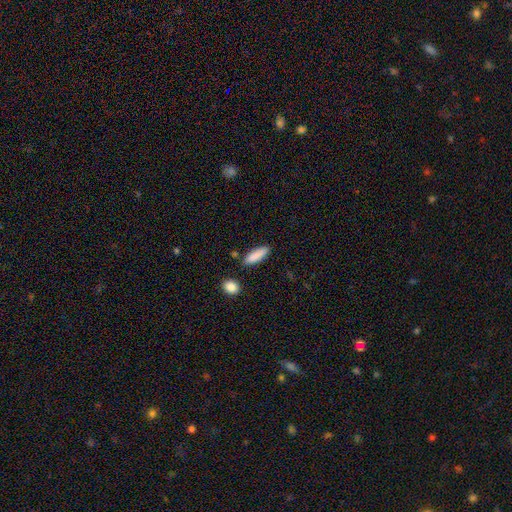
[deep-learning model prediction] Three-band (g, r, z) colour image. It shows a smooth galaxy with no disk features (88%) that is cigar-shaped (53%). Merging: none (83%).